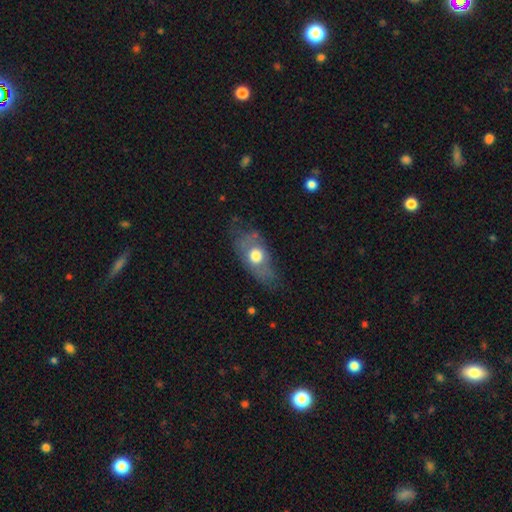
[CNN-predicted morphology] Smooth or featured? featured or disk (45%)
Merging? none (68%)